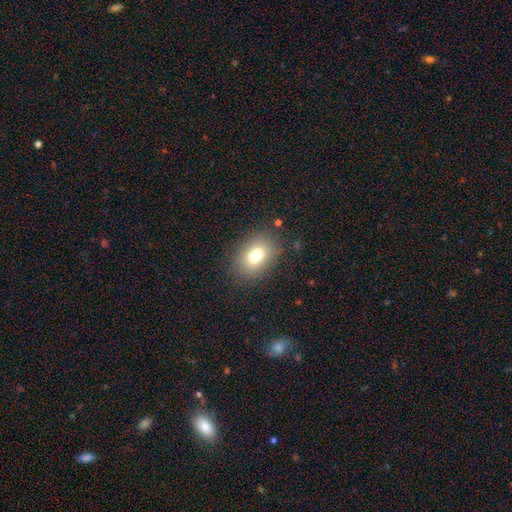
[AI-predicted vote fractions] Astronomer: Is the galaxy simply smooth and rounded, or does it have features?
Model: smooth — 76%.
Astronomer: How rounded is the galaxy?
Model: in between — 75%.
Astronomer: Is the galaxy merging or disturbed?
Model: none — 84%.